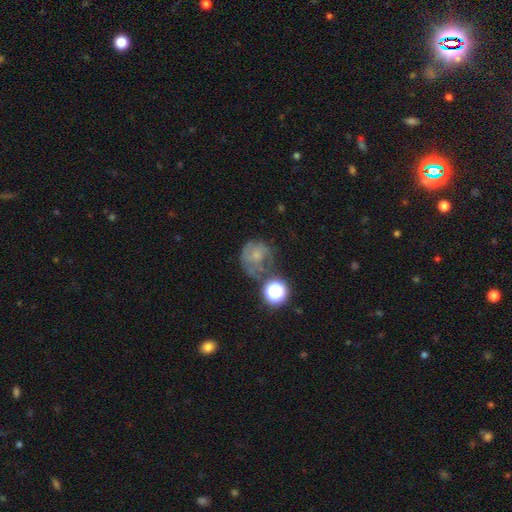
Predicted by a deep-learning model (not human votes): This is marginally a featured or disk galaxy (44%). Merging: possibly none (46%).